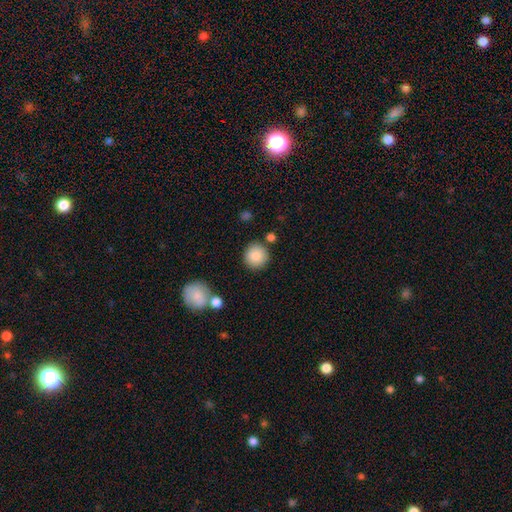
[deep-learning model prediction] Smooth or featured? Predicted: smooth (p=0.85). How rounded? Predicted: round (p=0.94). Merging? Predicted: none (p=0.84).